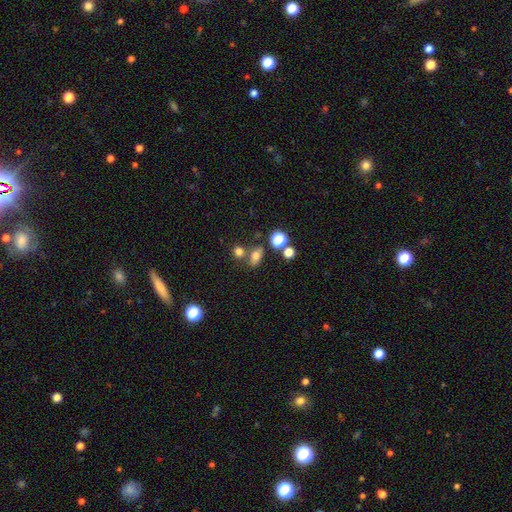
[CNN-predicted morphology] smooth-or-featured: smooth: 73% | star or artifact: 17% | featured or disk: 10%
  how-rounded: in between: 71% | round: 25% | cigar-shaped: 4%
  merging: none: 60% | merger: 21% | minor disturbance: 14% | major disturbance: 5%